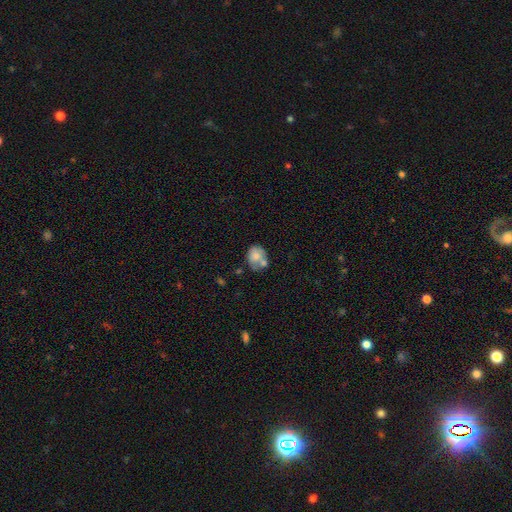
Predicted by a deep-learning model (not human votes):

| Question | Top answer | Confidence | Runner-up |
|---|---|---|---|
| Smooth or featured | smooth | 65% | featured or disk (27%) |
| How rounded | round | 50% | in between (49%) |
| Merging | merger | 36% | none (35%) |